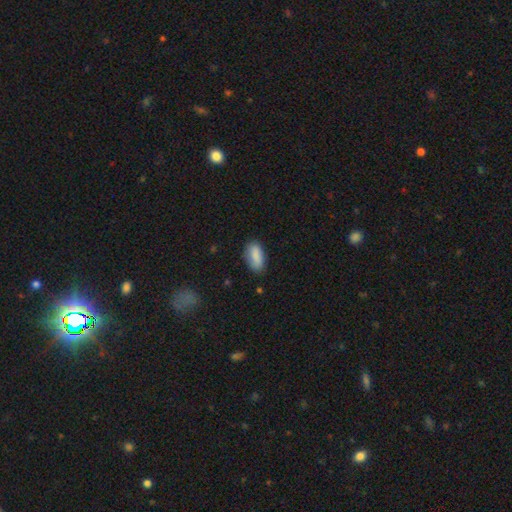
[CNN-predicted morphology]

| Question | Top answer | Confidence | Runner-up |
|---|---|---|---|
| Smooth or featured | smooth | 87% | star or artifact (7%) |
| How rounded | in between | 88% | cigar-shaped (10%) |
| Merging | none | 78% | minor disturbance (17%) |